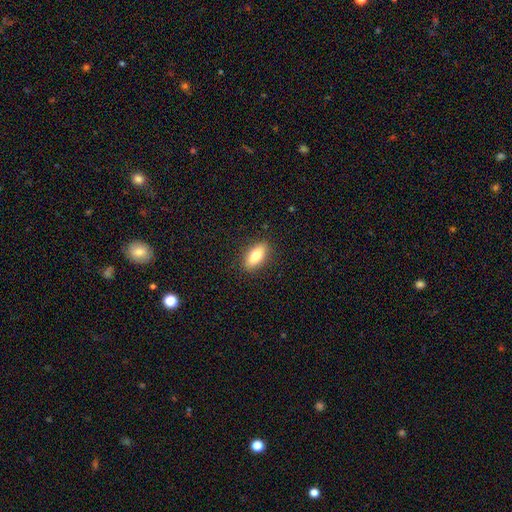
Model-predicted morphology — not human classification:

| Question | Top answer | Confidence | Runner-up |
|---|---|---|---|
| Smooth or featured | smooth | 77% | featured or disk (16%) |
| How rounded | in between | 82% | cigar-shaped (14%) |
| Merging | none | 88% | minor disturbance (9%) |